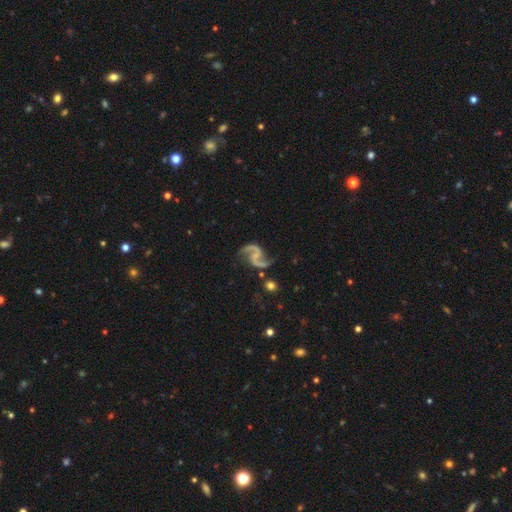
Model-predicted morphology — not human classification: The model was most divided on "bar": no: 48%, weak: 38%, strong: 14%. More confident: edge-on disk — no (98%); spiral arms — yes (98%); spiral arm count — 2 (94%); smooth or featured — featured or disk (92%); merging — none (74%); spiral winding — loose (61%); bulge size — none (56%).